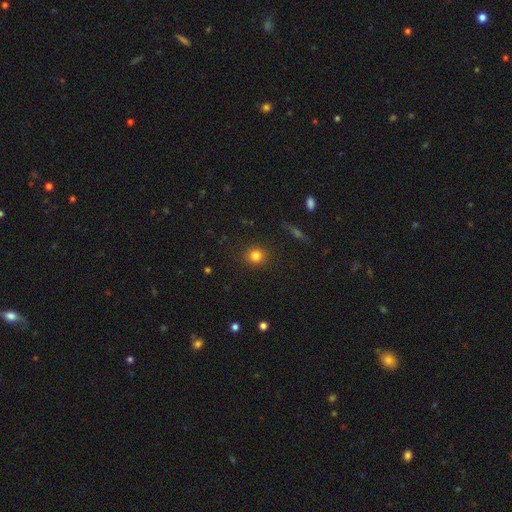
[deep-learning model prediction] A smooth galaxy with no disk features (81%) that is round (89%). Merging: none (90%).